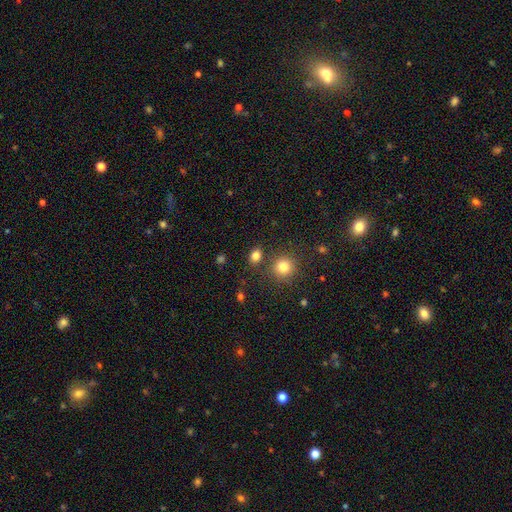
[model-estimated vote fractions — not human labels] smooth_or_featured: smooth (p=0.81) [alt: star or artifact p=0.13]
how_rounded: in between (p=0.55) [alt: round p=0.44]
merging: none (p=0.78) [alt: minor disturbance p=0.10]